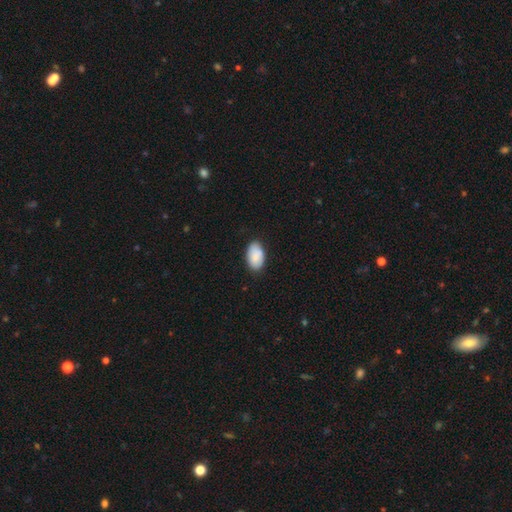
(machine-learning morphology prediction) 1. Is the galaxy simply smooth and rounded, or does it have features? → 87% smooth, 7% featured or disk, 6% star or artifact.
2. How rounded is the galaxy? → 94% in between, 5% round, 1% cigar-shaped.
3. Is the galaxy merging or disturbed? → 82% none, 14% minor disturbance, 2% major disturbance, 1% merger.